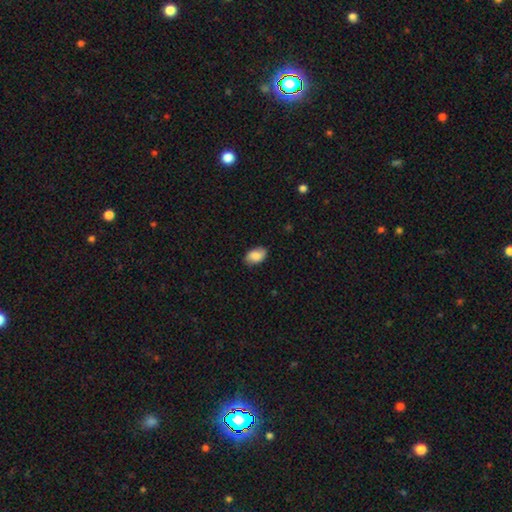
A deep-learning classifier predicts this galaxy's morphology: Smooth or featured? smooth (83%)
How rounded? in between (91%)
Merging? none (82%)